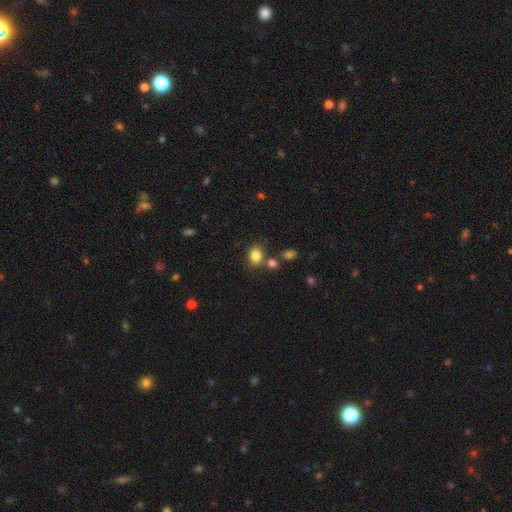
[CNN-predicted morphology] smooth 83%, star or artifact 11%, featured or disk 6%. Down the decision tree: how rounded — in between (57%); merging — none (71%).